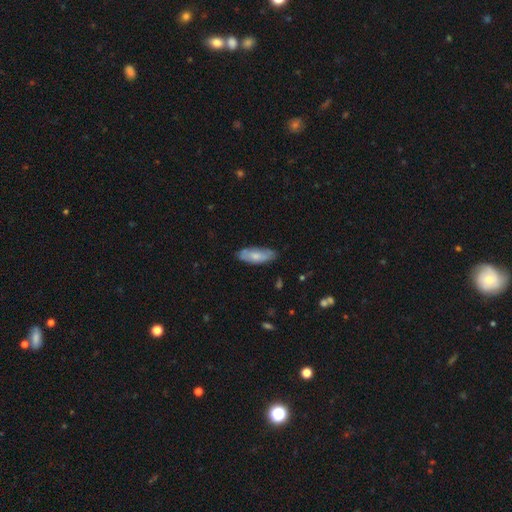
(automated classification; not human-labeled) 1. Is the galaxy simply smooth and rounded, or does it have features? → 67% smooth, 27% featured or disk, 6% star or artifact.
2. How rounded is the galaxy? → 76% in between, 22% cigar-shaped, 2% round.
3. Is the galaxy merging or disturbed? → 74% none, 21% minor disturbance, 4% major disturbance, 2% merger.